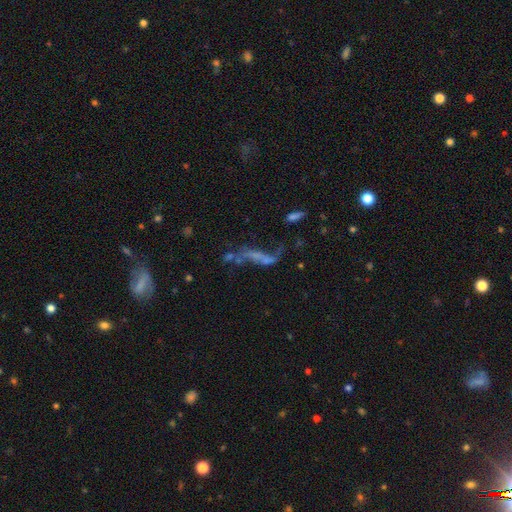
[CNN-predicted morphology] The model was most divided on "merging": none: 34%, major disturbance: 29%, merger: 22%, minor disturbance: 16%. More confident: edge-on disk — no (79%); smooth or featured — featured or disk (53%).